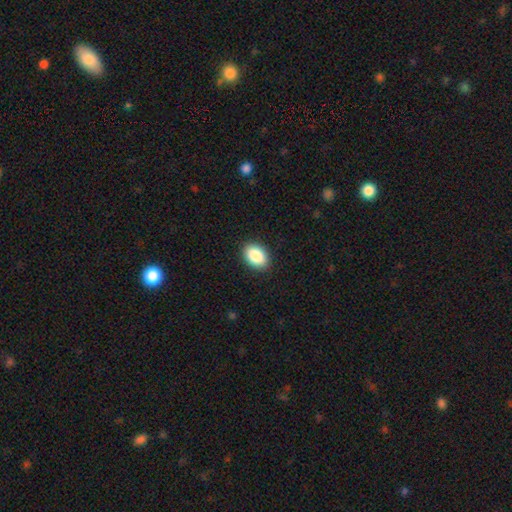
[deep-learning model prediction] Overall: smooth (88%). How rounded: in between (85%). Merging: none (89%).